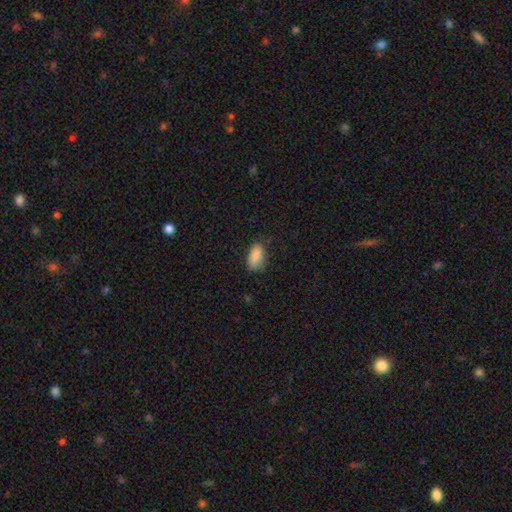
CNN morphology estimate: This appears to be a smooth galaxy with no disk features (86%) that is in between round and cigar-shaped (90%). Merging: none (68%).